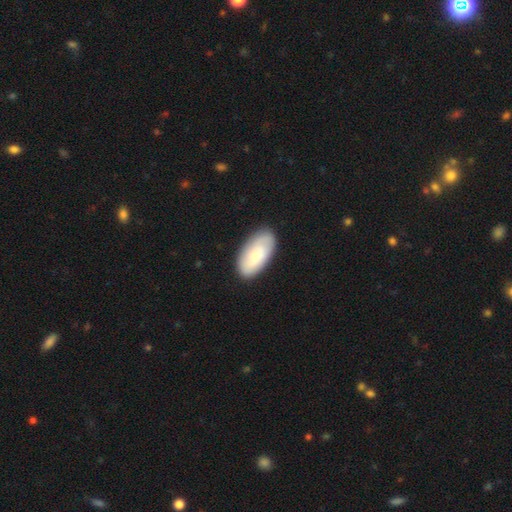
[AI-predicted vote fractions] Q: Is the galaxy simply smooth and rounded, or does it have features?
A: smooth — 73%.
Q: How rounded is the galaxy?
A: in between — 94%.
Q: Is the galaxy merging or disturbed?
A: none — 84%.